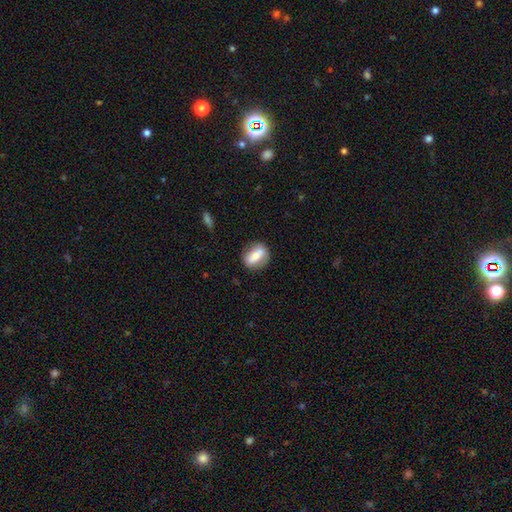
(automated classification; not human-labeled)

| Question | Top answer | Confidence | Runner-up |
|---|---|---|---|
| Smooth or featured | smooth | 59% | featured or disk (34%) |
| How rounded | in between | 68% | round (25%) |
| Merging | none | 80% | minor disturbance (14%) |